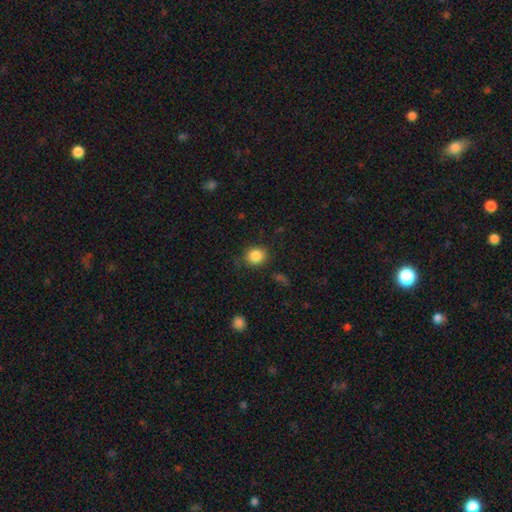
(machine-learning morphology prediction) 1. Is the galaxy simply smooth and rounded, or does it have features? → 86% smooth, 10% star or artifact, 5% featured or disk.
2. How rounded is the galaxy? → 76% round, 23% in between, 1% cigar-shaped.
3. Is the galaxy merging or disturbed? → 82% none, 13% minor disturbance, 4% major disturbance, 2% merger.